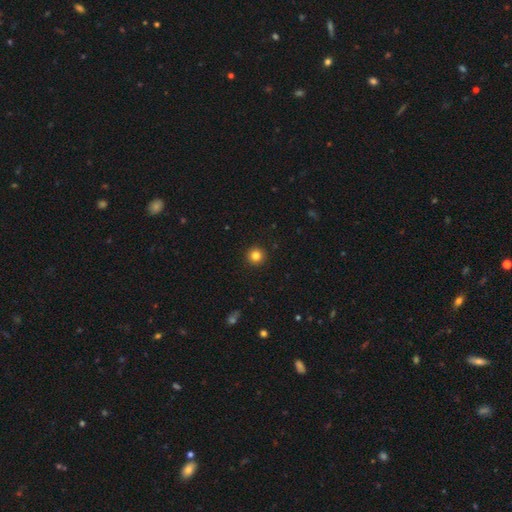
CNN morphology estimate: This is clearly a smooth galaxy (83%). How rounded: clearly round (96%). Merging: clearly none (94%).